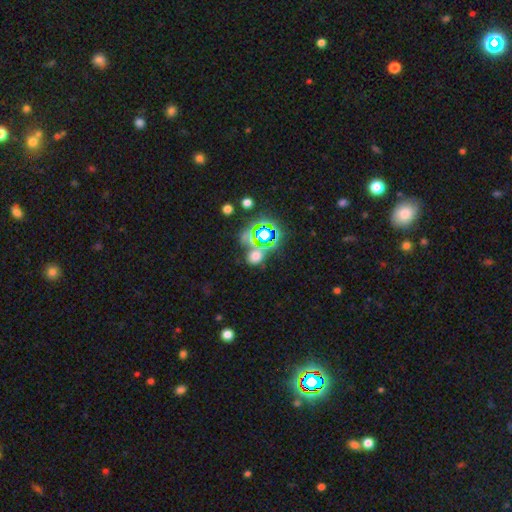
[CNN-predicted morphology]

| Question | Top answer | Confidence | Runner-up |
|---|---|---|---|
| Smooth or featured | smooth | 46% | star or artifact (45%) |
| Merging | none | 63% | merger (19%) |